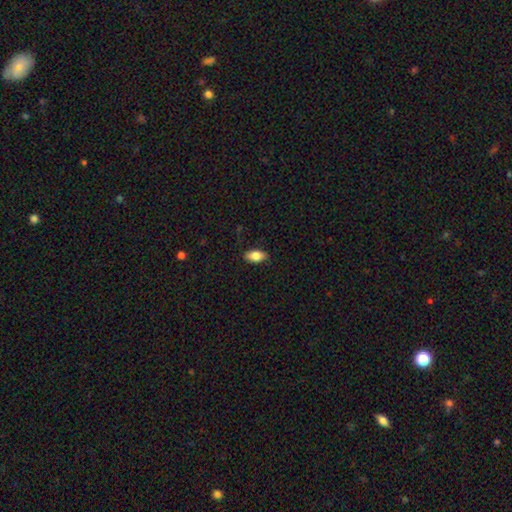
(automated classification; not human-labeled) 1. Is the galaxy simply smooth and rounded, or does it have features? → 83% smooth, 11% featured or disk, 7% star or artifact.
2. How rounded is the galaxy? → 91% in between, 5% cigar-shaped, 4% round.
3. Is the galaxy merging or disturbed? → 85% none, 12% minor disturbance, 2% major disturbance, 1% merger.